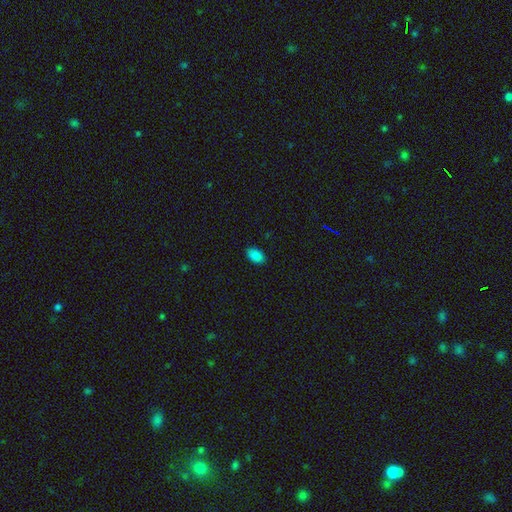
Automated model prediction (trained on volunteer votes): Morphology: type=smooth (87%); roundness=in between (91%); merging=none (88%).